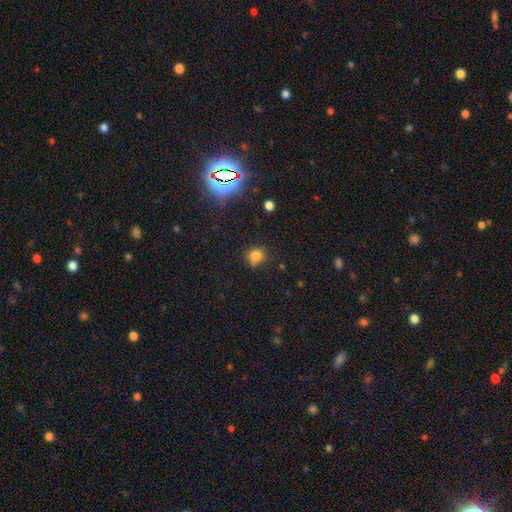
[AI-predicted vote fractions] Smooth or featured?
  - smooth: 79% *
  - star or artifact: 15%
  - featured or disk: 6%
How rounded?
  - round: 81% *
  - in between: 18%
  - cigar-shaped: 1%
Merging?
  - none: 71% *
  - minor disturbance: 19%
  - merger: 5%
  - major disturbance: 5%